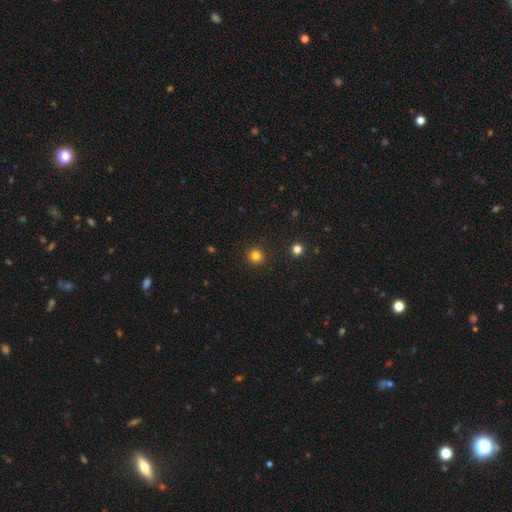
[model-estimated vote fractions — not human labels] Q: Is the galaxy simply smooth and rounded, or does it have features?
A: smooth — 81%.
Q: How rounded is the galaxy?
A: round — 95%.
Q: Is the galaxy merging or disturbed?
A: none — 92%.